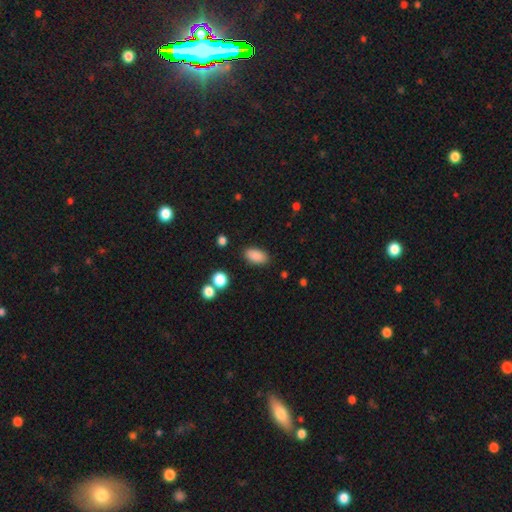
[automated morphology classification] Smooth or featured? smooth (87%)
How rounded? in between (92%)
Merging? none (86%)